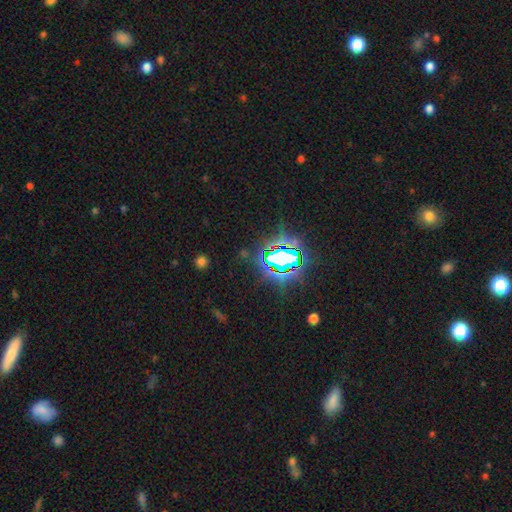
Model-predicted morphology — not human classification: A star or artifact, not a galaxy (83%).